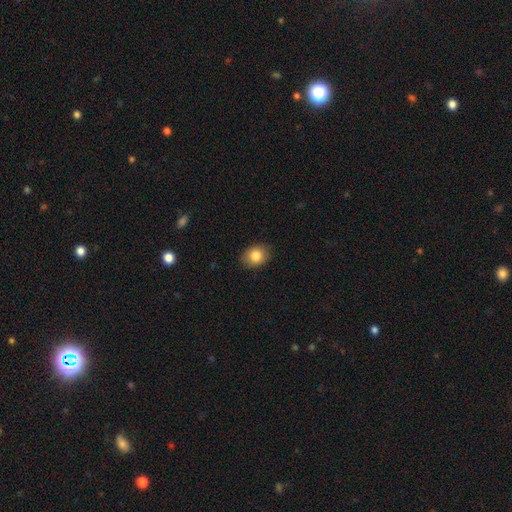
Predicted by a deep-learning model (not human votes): smooth 84%, star or artifact 8%, featured or disk 8%. Down the decision tree: how rounded — in between (62%); merging — none (86%).